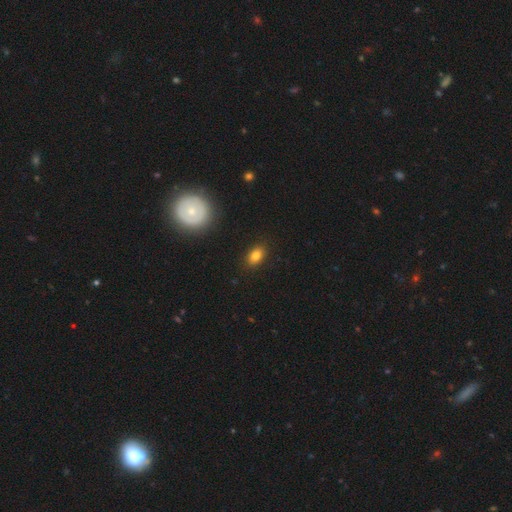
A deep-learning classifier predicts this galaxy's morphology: type=smooth (81%); roundness=in between (82%); merging=none (88%).